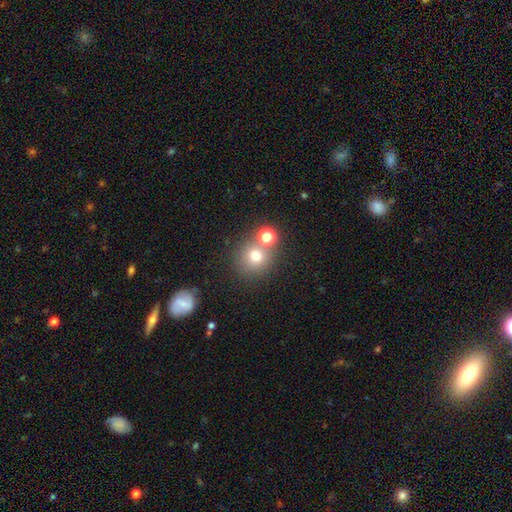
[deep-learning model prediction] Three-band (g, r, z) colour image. It shows a smooth galaxy with no disk features (72%) that is round (89%). Merging: none (67%).